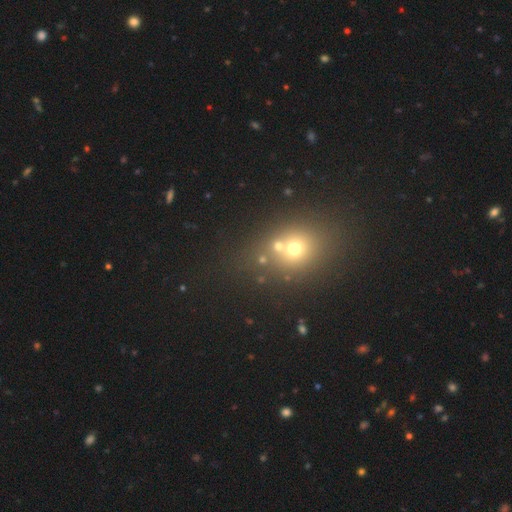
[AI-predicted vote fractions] Smooth or featured: smooth — 49% (star or artifact — 36%)
Merging: none — 58% (merger — 28%)